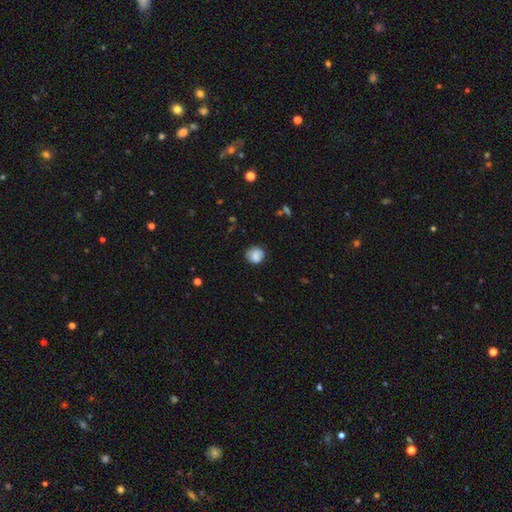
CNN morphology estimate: smooth-or-featured: smooth: 82% | featured or disk: 9% | star or artifact: 8%
  how-rounded: round: 90% | in between: 9% | cigar-shaped: 1%
  merging: none: 81% | minor disturbance: 14% | major disturbance: 3% | merger: 1%